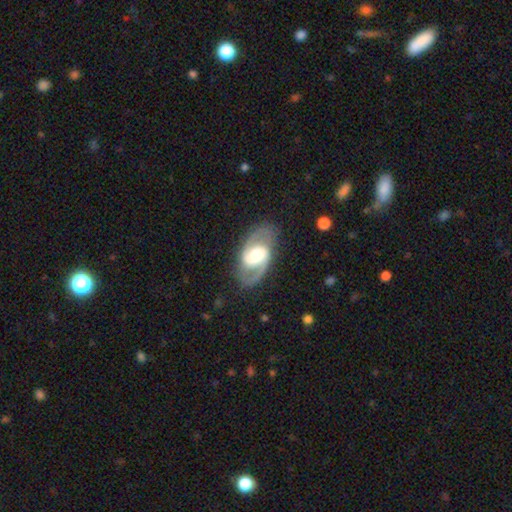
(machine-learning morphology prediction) type=featured or disk (86%); edge-on=no (96%); bar=weak (46%); spiral arms=yes (94%); winding=medium (56%); arm count=2 (92%); bulge=moderate (56%); merging=none (81%).